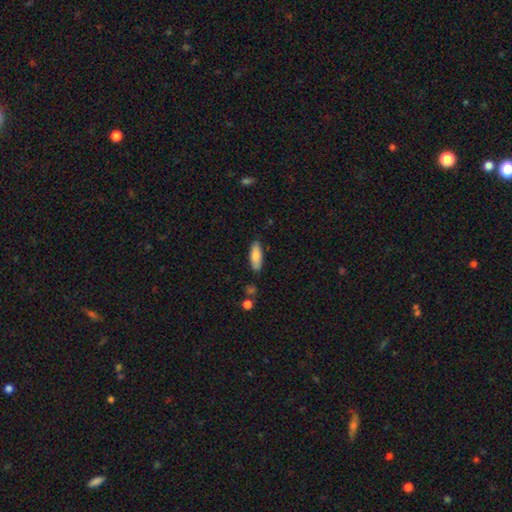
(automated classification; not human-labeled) Morphology: type=smooth (83%); roundness=in between (64%); merging=none (84%).